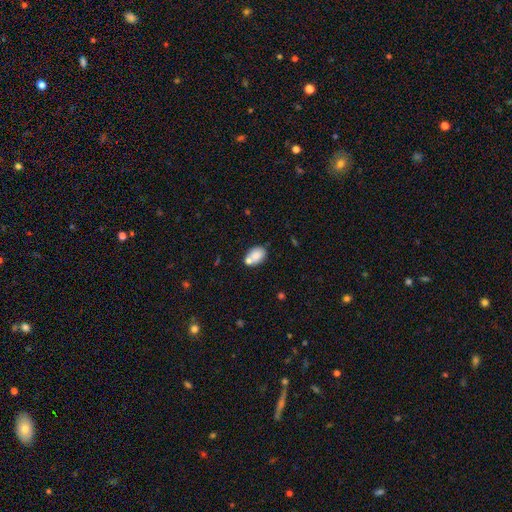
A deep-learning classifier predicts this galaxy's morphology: Smooth or featured: smooth — 80% (featured or disk — 12%)
How rounded: in between — 83% (round — 15%)
Merging: none — 53% (merger — 27%)